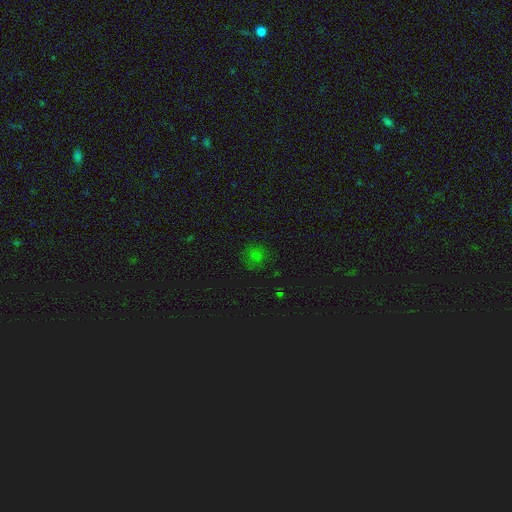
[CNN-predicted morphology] A smooth galaxy with no disk features (57%) that is round (86%).

Vote fractions:
- Smooth or featured? smooth: 57% / star or artifact: 36% / featured or disk: 8%
- How rounded? round: 86% / in between: 13% / cigar-shaped: 1%
- Merging? none: 82% / minor disturbance: 12% / major disturbance: 4% / merger: 2%